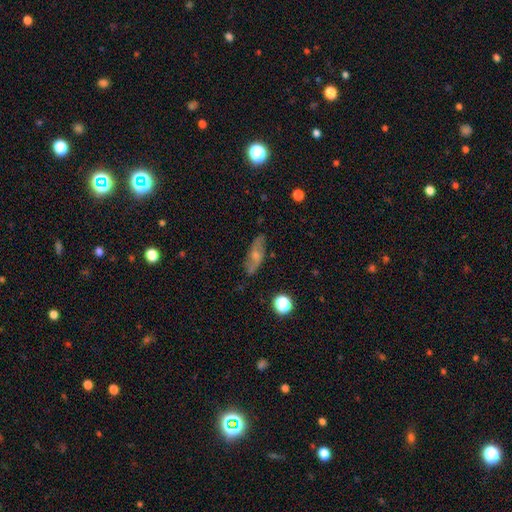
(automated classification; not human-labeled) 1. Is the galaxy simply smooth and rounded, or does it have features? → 54% featured or disk, 37% smooth, 10% star or artifact.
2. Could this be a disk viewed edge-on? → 78% no, 22% yes.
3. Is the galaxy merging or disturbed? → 77% none, 17% minor disturbance, 4% major disturbance, 2% merger.